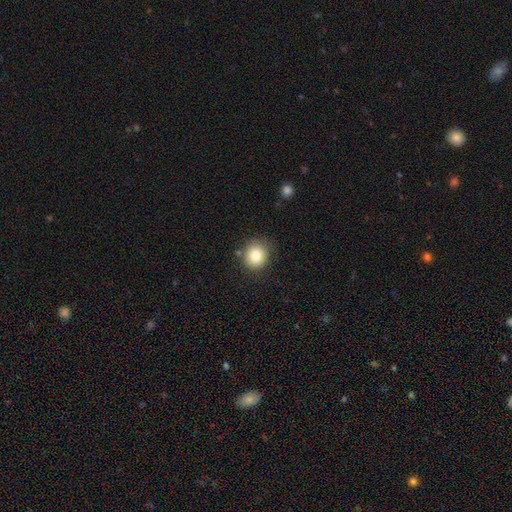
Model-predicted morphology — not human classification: Smooth or featured? smooth (83%)
How rounded? round (79%)
Merging? none (78%)